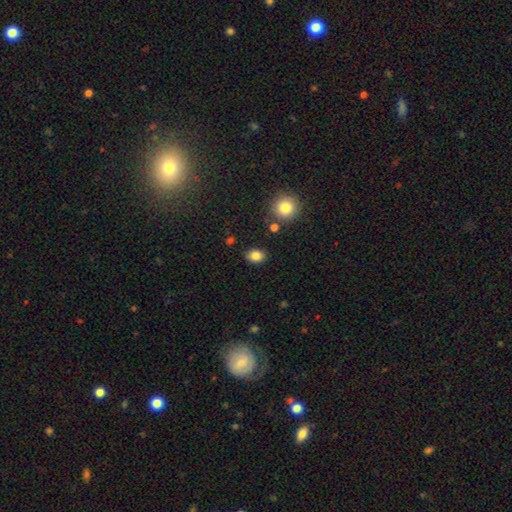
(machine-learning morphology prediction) A smooth galaxy with no disk features (84%) that is in between round and cigar-shaped (66%).

Vote fractions:
- Smooth or featured? smooth: 84% / star or artifact: 10% / featured or disk: 6%
- How rounded? in between: 66% / round: 33% / cigar-shaped: 1%
- Merging? none: 85% / minor disturbance: 10% / merger: 3% / major disturbance: 3%